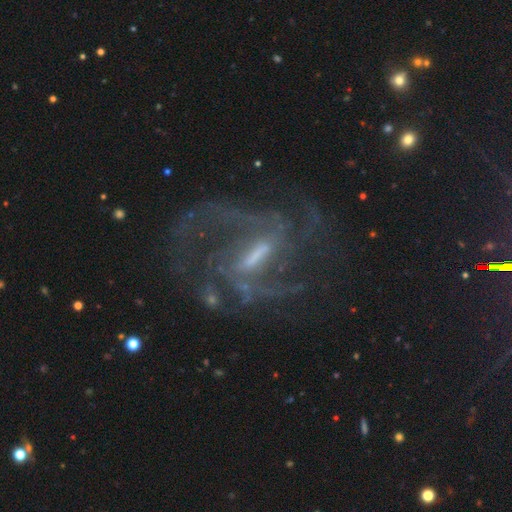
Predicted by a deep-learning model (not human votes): Smooth or featured: featured or disk — 88% (star or artifact — 8%)
Edge-on disk: no — 96% (yes — 4%)
Bar: strong — 56% (weak — 34%)
Spiral arms: yes — 95% (no — 5%)
Spiral winding: medium — 49% (loose — 30%)
Spiral arm count: 2 — 44% (can't tell — 19%)
Bulge size: small — 34% (moderate — 33%)
Merging: none — 55% (major disturbance — 26%)